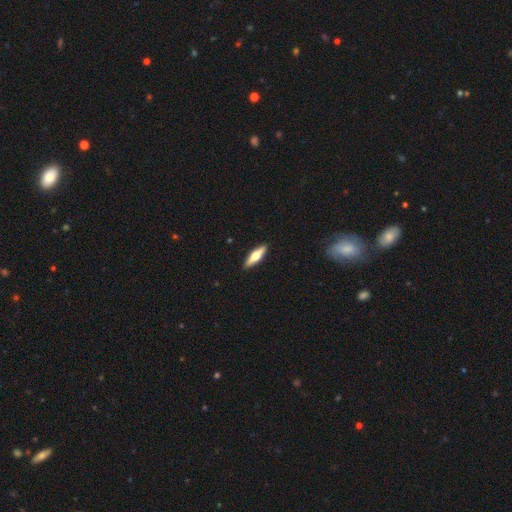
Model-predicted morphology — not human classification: Smooth or featured? Predicted: featured or disk (p=0.49). Merging? Predicted: none (p=0.91).